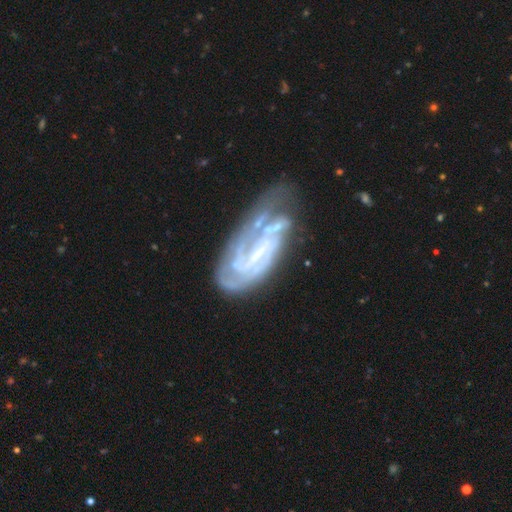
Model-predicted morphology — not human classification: Smooth or featured?
  - featured or disk: 84% *
  - smooth: 9%
  - star or artifact: 8%
Edge-on disk?
  - no: 94% *
  - yes: 6%
Bar?
  - weak: 40% *
  - no: 34%
  - strong: 26%
Spiral arms?
  - yes: 93% *
  - no: 7%
Spiral winding?
  - tight: 56% *
  - medium: 34%
  - loose: 9%
Spiral arm count?
  - can't tell: 30% *
  - 2: 29%
  - 3: 21%
  - 4: 9%
  - 1: 6%
  - more than 4: 5%
Bulge size?
  - small: 64% *
  - moderate: 19%
  - none: 14%
  - large: 2%
  - dominant: 1%
Merging?
  - none: 47% *
  - minor disturbance: 26%
  - major disturbance: 20%
  - merger: 6%